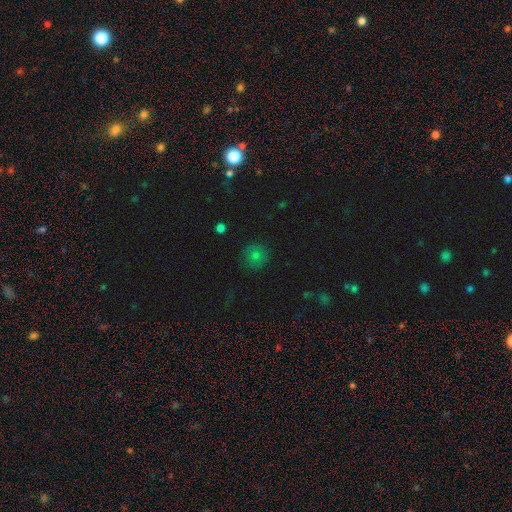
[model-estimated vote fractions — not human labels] The model was most divided on "smooth or featured": smooth: 74%, star or artifact: 14%, featured or disk: 12%. More confident: how rounded — round (93%); merging — none (83%).